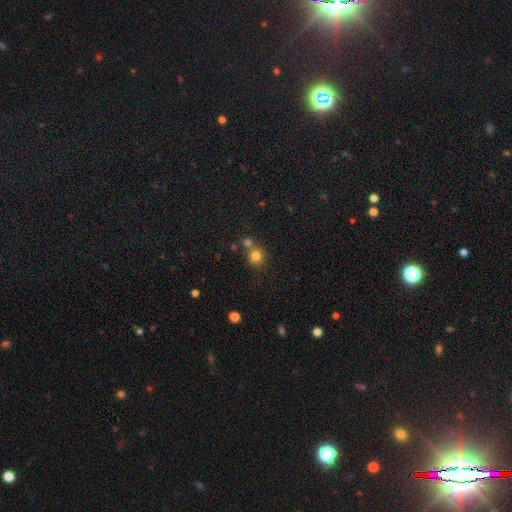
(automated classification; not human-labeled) A smooth galaxy with no disk features (79%) that is round (89%).

Vote fractions:
- Smooth or featured? smooth: 79% / star or artifact: 13% / featured or disk: 8%
- How rounded? round: 89% / in between: 10% / cigar-shaped: 1%
- Merging? none: 57% / merger: 31% / minor disturbance: 9% / major disturbance: 4%